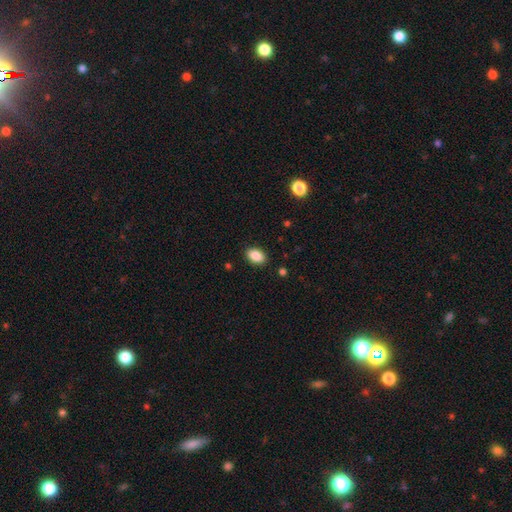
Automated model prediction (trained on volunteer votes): Overall: smooth (88%). How rounded: in between (86%). Merging: none (89%).